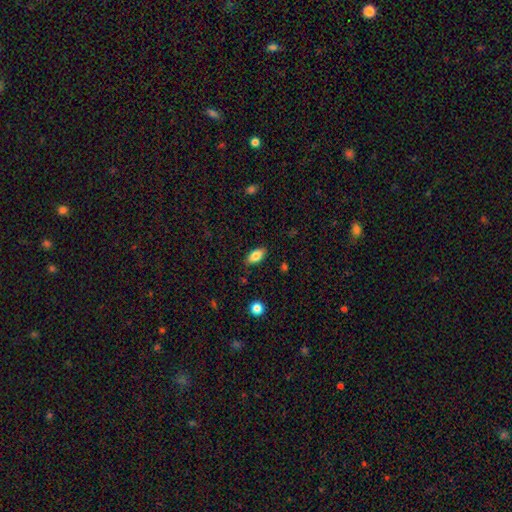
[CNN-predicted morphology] Smooth or featured? Predicted: smooth (p=0.82). How rounded? Predicted: in between (p=0.90). Merging? Predicted: none (p=0.85).